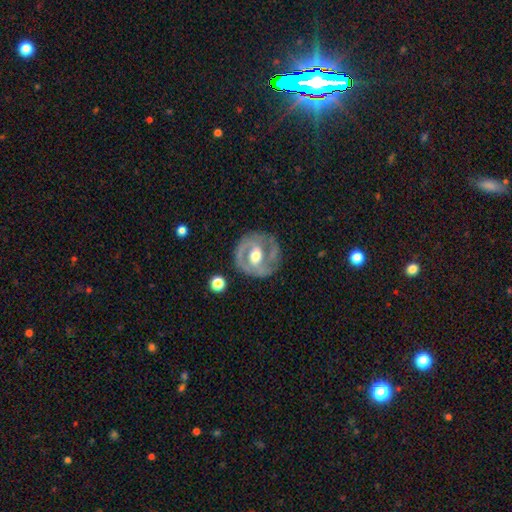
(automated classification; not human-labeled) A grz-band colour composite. It shows a featured or disk galaxy (74%) with no bar (44%), 2 (60%) tight (45%) spiral arms (71%) and a moderate central bulge (72%). Merging: none (72%).